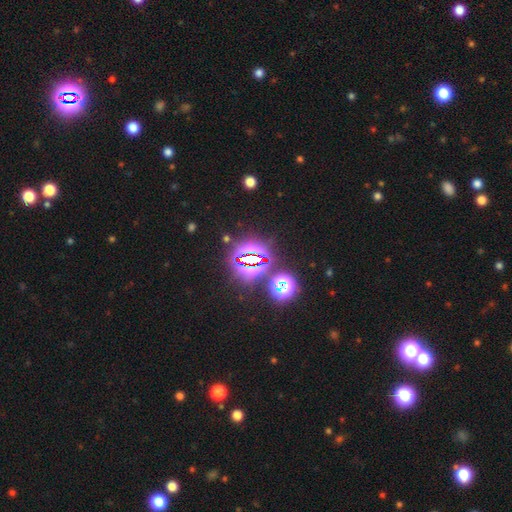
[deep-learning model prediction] A star or artifact, not a galaxy (79%).